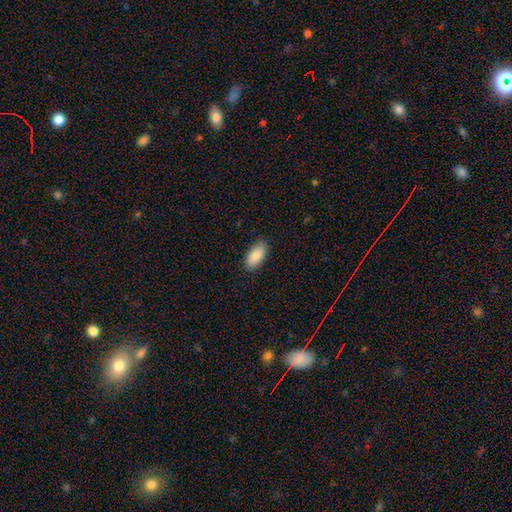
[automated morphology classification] Smooth or featured?
  - smooth: 87% *
  - featured or disk: 7%
  - star or artifact: 6%
How rounded?
  - in between: 92% *
  - cigar-shaped: 6%
  - round: 2%
Merging?
  - none: 88% *
  - minor disturbance: 10%
  - major disturbance: 2%
  - merger: 1%